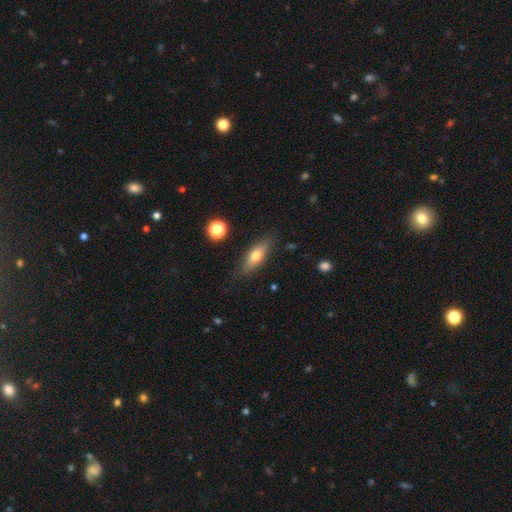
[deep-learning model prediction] This is likely a smooth galaxy (65%). How rounded: likely in between (61%). Merging: clearly none (82%).